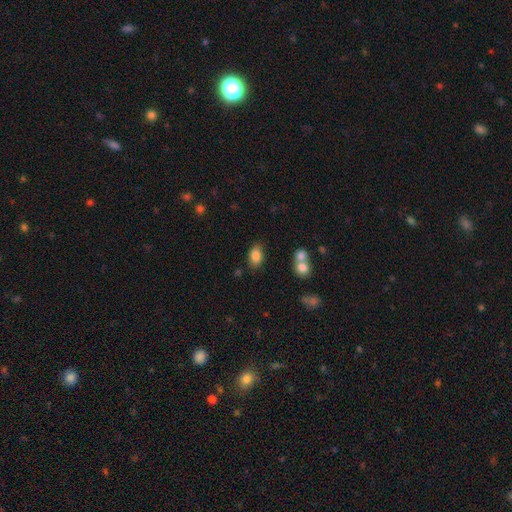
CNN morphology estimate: smooth-or-featured: smooth: 84% | star or artifact: 9% | featured or disk: 7%
  how-rounded: in between: 86% | round: 13% | cigar-shaped: 2%
  merging: none: 78% | minor disturbance: 13% | merger: 6% | major disturbance: 3%